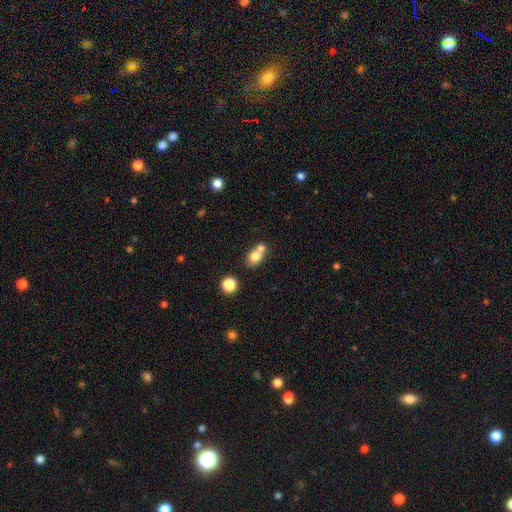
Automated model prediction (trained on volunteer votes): The model was most divided on "how rounded": in between: 55%, round: 43%, cigar-shaped: 2%. More confident: smooth or featured — smooth (76%); merging — merger (53%).